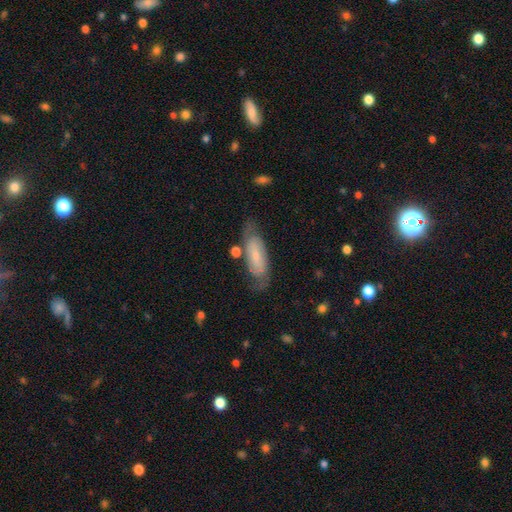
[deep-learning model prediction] Smooth or featured?
  - featured or disk: 59% *
  - smooth: 34%
  - star or artifact: 7%
Edge-on disk?
  - no: 86% *
  - yes: 14%
Bar?
  - no: 55% *
  - weak: 33%
  - strong: 12%
Spiral arms?
  - yes: 85% *
  - no: 15%
Bulge size?
  - small: 67% *
  - moderate: 22%
  - none: 7%
  - large: 3%
  - dominant: 1%
Merging?
  - none: 68% *
  - minor disturbance: 19%
  - major disturbance: 9%
  - merger: 4%